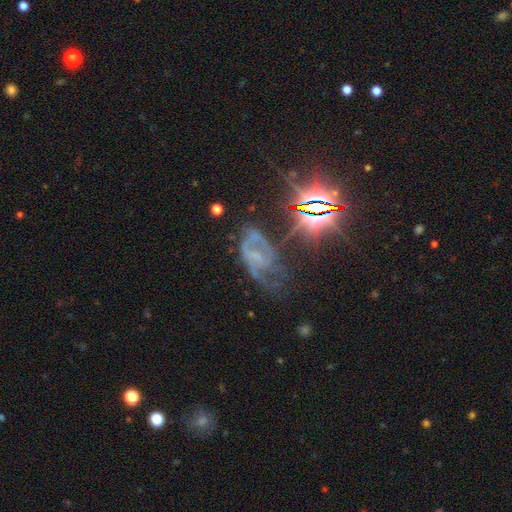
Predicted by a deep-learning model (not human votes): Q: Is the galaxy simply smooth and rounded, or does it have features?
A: featured or disk — 56%.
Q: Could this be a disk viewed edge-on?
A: no — 93%.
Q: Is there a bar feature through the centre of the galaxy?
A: no — 48%.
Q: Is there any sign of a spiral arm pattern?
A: yes — 78%.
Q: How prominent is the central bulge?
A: small — 51%.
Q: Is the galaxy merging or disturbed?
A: none — 43%.